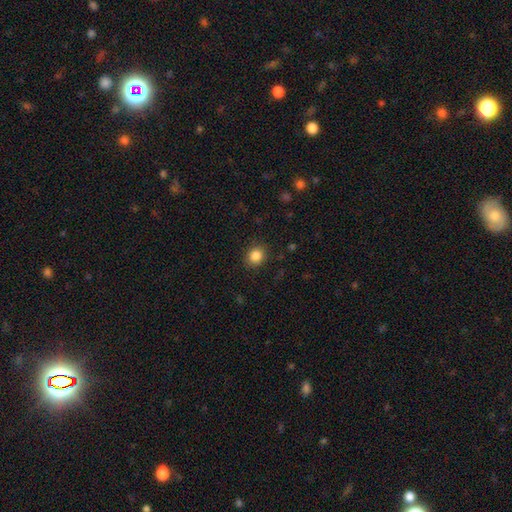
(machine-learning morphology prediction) This appears to be a smooth galaxy with no disk features (85%) that is round (74%). Merging: none (87%).